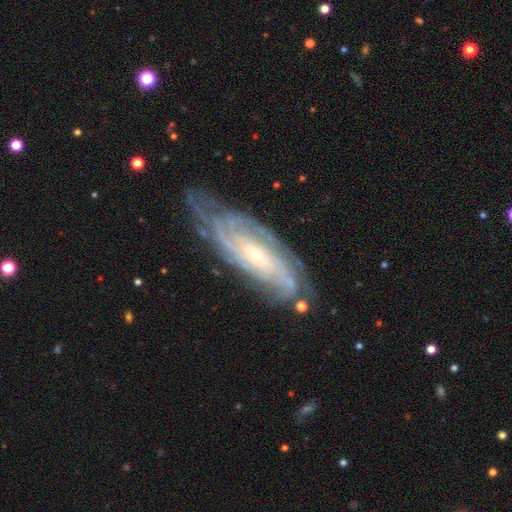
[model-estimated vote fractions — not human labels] Overall: featured or disk (88%). Edge-on disk: no (90%). Bar: no (65%; weak 25%). Spiral arms: yes (97%). Spiral arm count: can't tell (28%; 4 25%). Spiral winding: tight (72%). Bulge size: small (76%). Merging: none (72%).